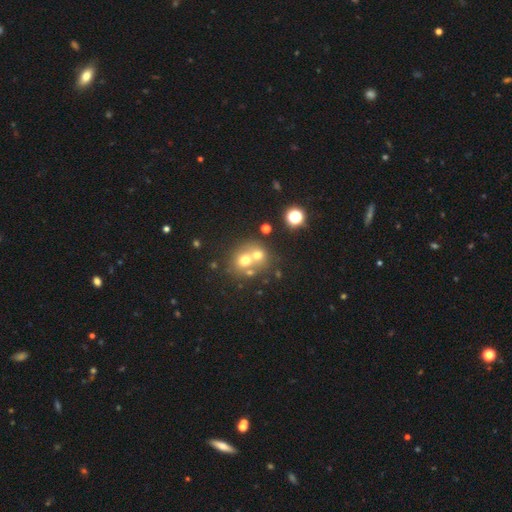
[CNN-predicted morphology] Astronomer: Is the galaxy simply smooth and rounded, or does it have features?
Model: smooth — 57%.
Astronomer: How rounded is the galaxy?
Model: round — 74%.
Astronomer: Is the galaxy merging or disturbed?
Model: merger — 58%.